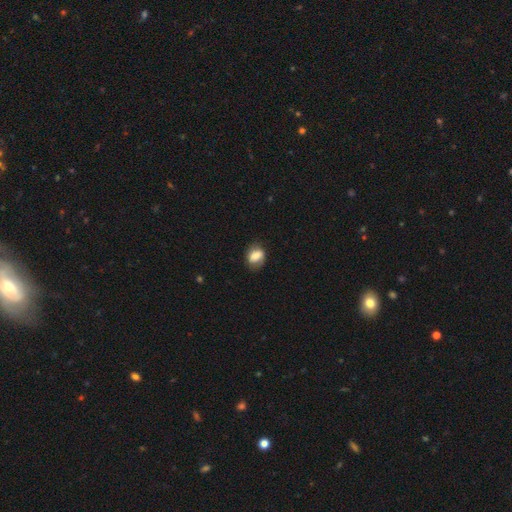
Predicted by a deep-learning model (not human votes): Q: Smooth or featured?
A: smooth (75%); runner-up: featured or disk (17%)
Q: How rounded?
A: in between (69%); runner-up: round (30%)
Q: Merging?
A: none (71%); runner-up: minor disturbance (21%)